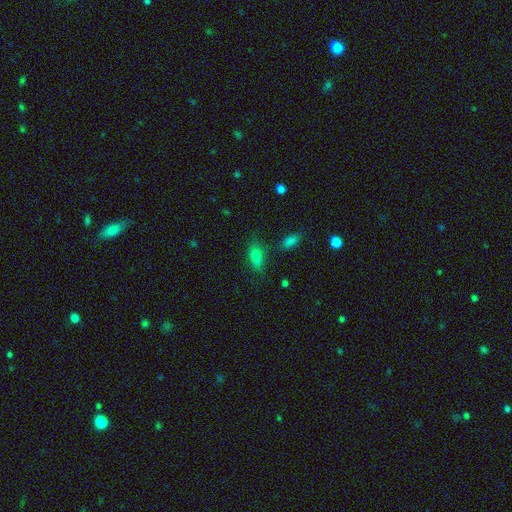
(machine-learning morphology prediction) smooth_or_featured: smooth (p=0.73) [alt: star or artifact p=0.14]
how_rounded: in between (p=0.81) [alt: cigar-shaped p=0.11]
merging: none (p=0.65) [alt: minor disturbance p=0.21]